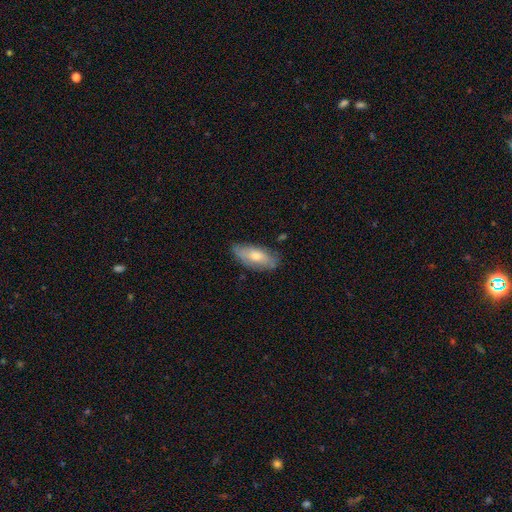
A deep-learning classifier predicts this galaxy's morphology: smooth 61%, featured or disk 32%, star or artifact 7%. Down the decision tree: how rounded — in between (79%); merging — none (70%).